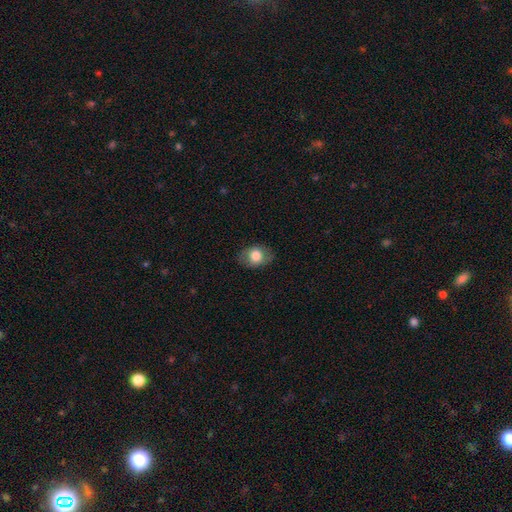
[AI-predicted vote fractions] Smooth or featured? smooth (75%)
How rounded? in between (66%)
Merging? none (81%)